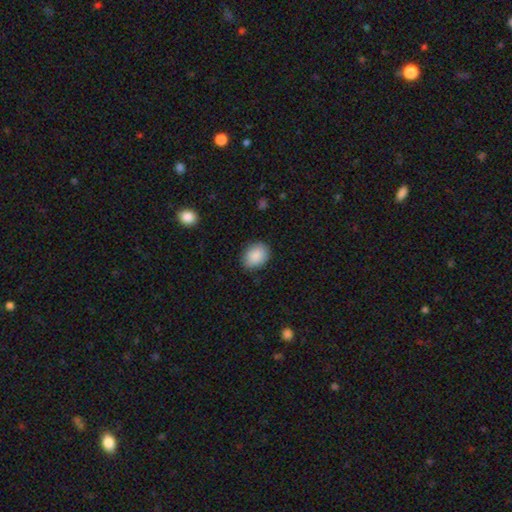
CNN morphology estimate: A smooth galaxy with no disk features (89%) that is in between round and cigar-shaped (63%).

Vote fractions:
- Smooth or featured? smooth: 89% / star or artifact: 7% / featured or disk: 4%
- How rounded? in between: 63% / round: 36% / cigar-shaped: 1%
- Merging? none: 84% / minor disturbance: 12% / major disturbance: 3% / merger: 1%